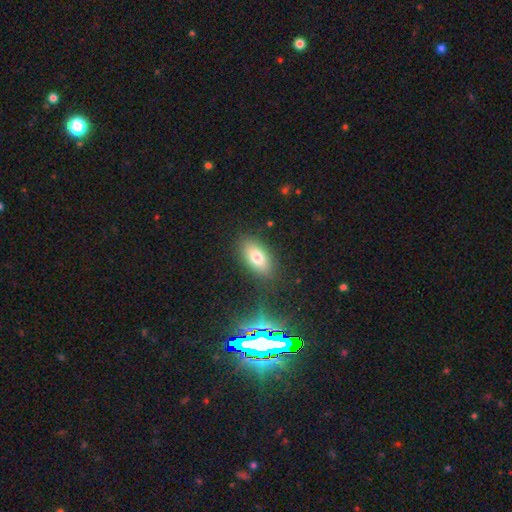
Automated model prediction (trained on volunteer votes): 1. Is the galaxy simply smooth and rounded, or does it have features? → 74% smooth, 13% featured or disk, 12% star or artifact.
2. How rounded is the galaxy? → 88% in between, 6% cigar-shaped, 6% round.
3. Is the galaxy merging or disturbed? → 85% none, 10% minor disturbance, 3% major disturbance, 2% merger.